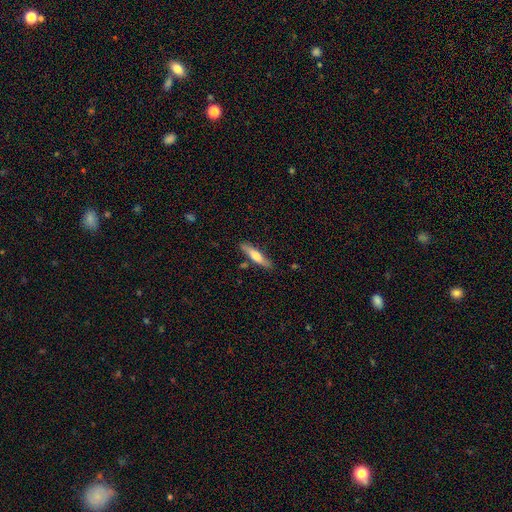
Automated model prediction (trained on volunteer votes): smooth 63%, featured or disk 32%, star or artifact 6%. Down the decision tree: how rounded — cigar-shaped (81%); merging — none (81%).